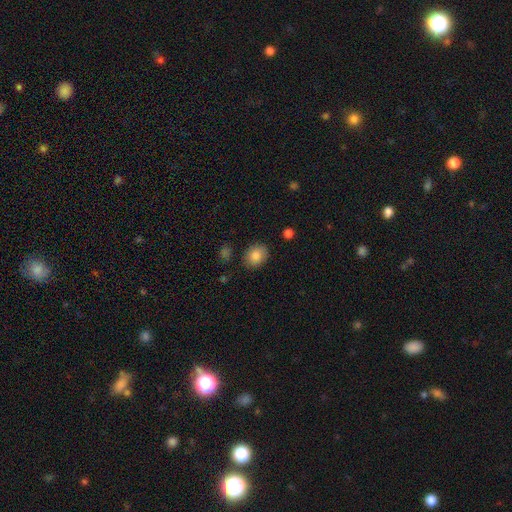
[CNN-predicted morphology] type=smooth (84%); roundness=in between (53%); merging=none (86%).